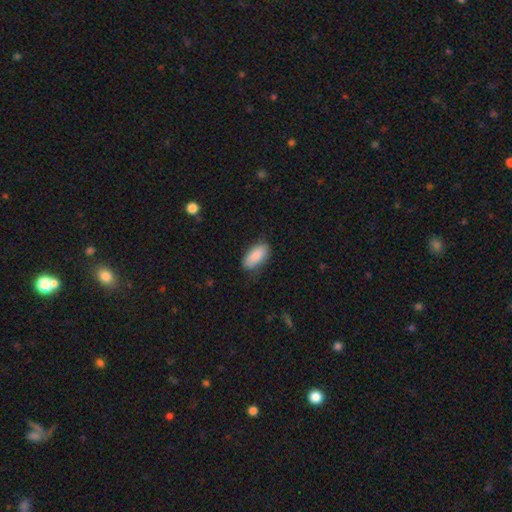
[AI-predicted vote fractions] smooth-or-featured: smooth: 88% | star or artifact: 6% | featured or disk: 6%
  how-rounded: in between: 91% | cigar-shaped: 7% | round: 2%
  merging: none: 78% | minor disturbance: 17% | major disturbance: 3% | merger: 1%